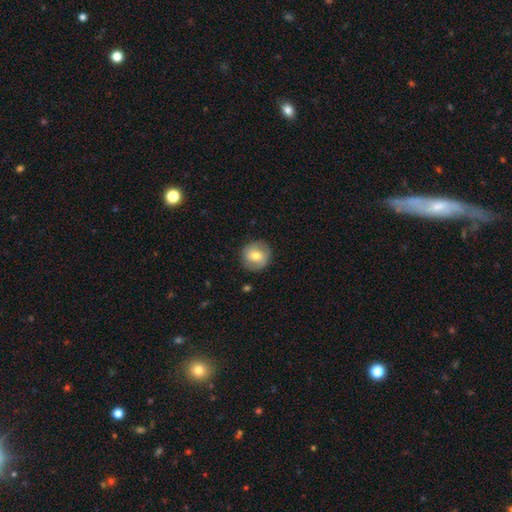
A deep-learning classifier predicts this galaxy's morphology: Q: Smooth or featured?
A: smooth (63%); runner-up: featured or disk (30%)
Q: How rounded?
A: round (92%); runner-up: in between (7%)
Q: Merging?
A: none (85%); runner-up: minor disturbance (11%)